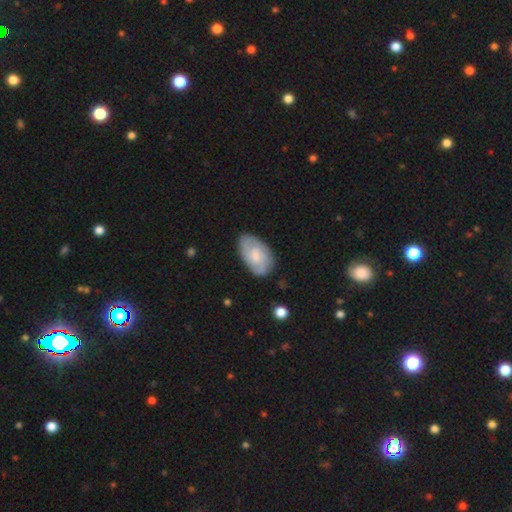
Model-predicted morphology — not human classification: This appears to be a featured or disk galaxy (47%, tied with smooth). Merging: none (74%).